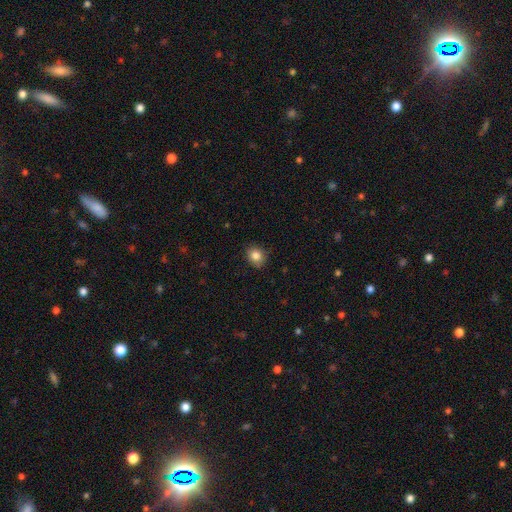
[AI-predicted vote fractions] Smooth or featured: smooth — 84% (star or artifact — 10%)
How rounded: round — 71% (in between — 28%)
Merging: none — 82% (minor disturbance — 15%)